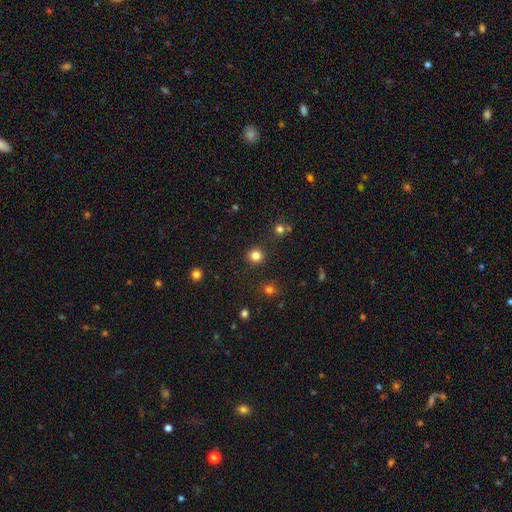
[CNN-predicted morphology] smooth-or-featured: smooth: 82% | star or artifact: 13% | featured or disk: 4%
  how-rounded: round: 91% | in between: 8% | cigar-shaped: 1%
  merging: none: 90% | minor disturbance: 6% | merger: 2% | major disturbance: 2%